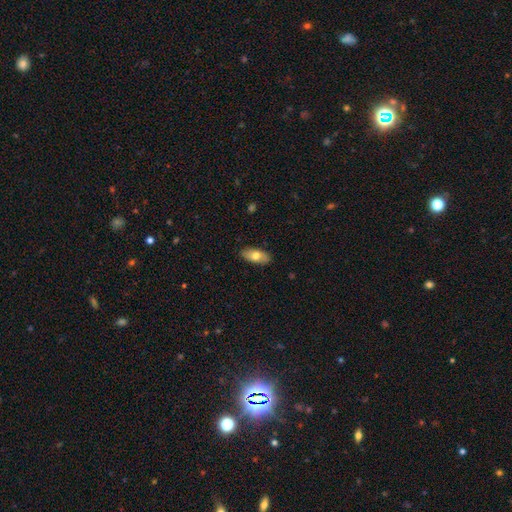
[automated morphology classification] Smooth or featured?
  - smooth: 73% *
  - featured or disk: 21%
  - star or artifact: 6%
How rounded?
  - in between: 88% *
  - cigar-shaped: 9%
  - round: 3%
Merging?
  - none: 88% *
  - minor disturbance: 10%
  - major disturbance: 2%
  - merger: 1%